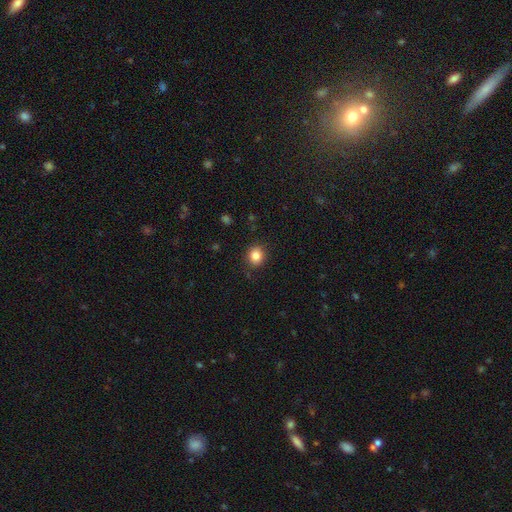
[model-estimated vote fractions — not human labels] Smooth or featured? smooth (84%)
How rounded? round (80%)
Merging? none (89%)